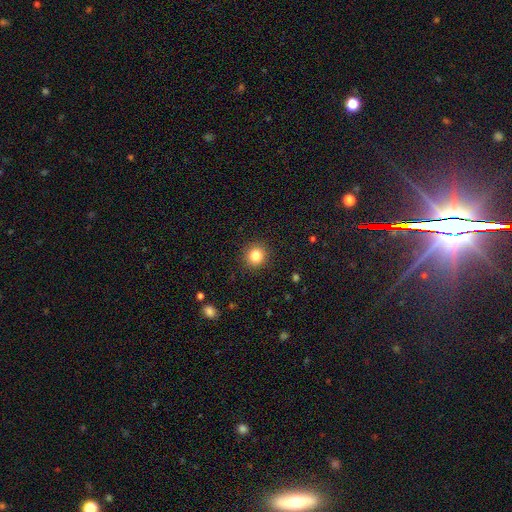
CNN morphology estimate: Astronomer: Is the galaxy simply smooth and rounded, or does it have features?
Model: smooth — 83%.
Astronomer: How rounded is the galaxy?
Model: round — 91%.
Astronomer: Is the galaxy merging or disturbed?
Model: none — 91%.